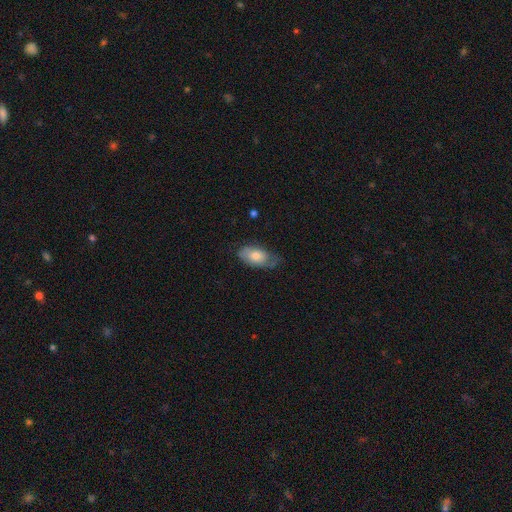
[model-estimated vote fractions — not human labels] Overall: smooth (65%; featured or disk 29%). How rounded: in between (92%). Merging: none (53%; minor disturbance 33%).